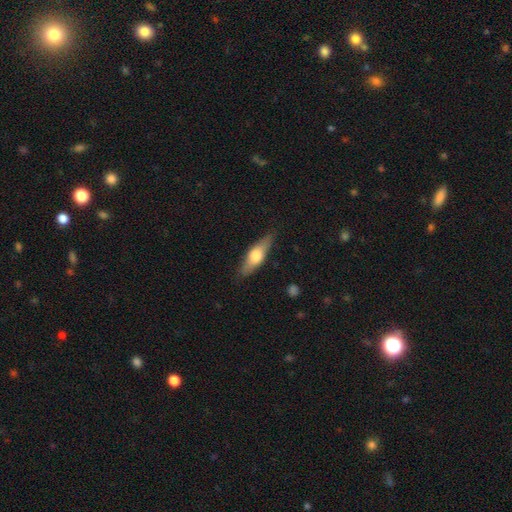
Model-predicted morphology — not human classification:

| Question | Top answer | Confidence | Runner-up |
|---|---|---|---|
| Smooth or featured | smooth | 54% | featured or disk (41%) |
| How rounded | in between | 49% | cigar-shaped (47%) |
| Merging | none | 84% | minor disturbance (12%) |